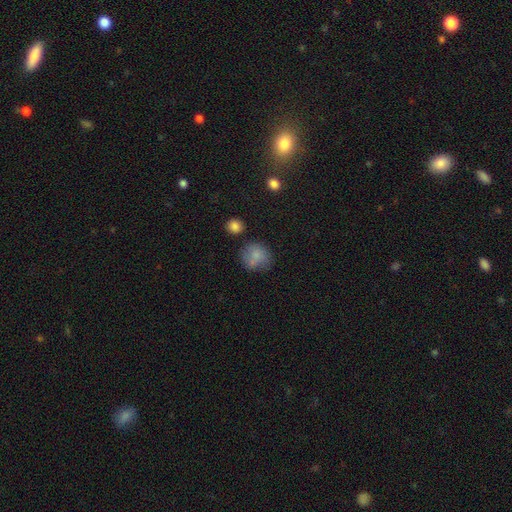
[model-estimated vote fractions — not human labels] Smooth or featured? smooth (79%)
How rounded? round (80%)
Merging? none (60%)